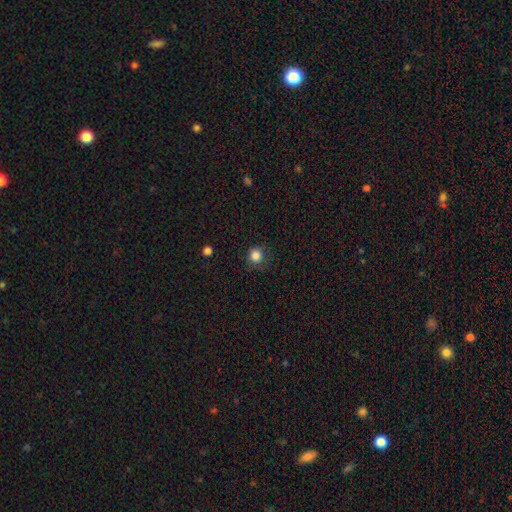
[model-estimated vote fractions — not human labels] Q: Smooth or featured?
A: smooth (84%); runner-up: star or artifact (12%)
Q: How rounded?
A: round (93%); runner-up: in between (6%)
Q: Merging?
A: none (80%); runner-up: minor disturbance (13%)